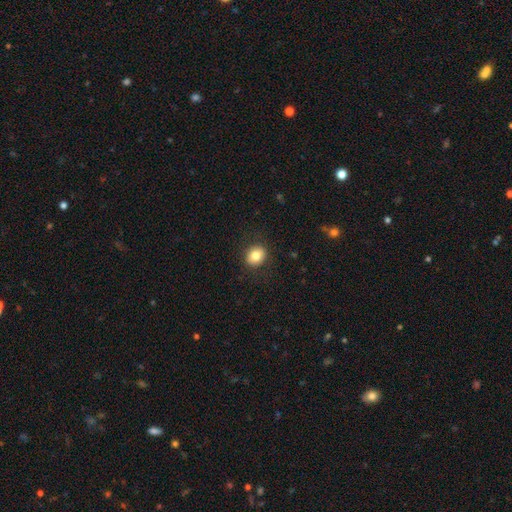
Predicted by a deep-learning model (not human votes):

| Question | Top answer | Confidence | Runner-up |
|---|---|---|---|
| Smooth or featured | smooth | 80% | featured or disk (10%) |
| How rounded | round | 67% | in between (32%) |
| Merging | none | 88% | minor disturbance (8%) |